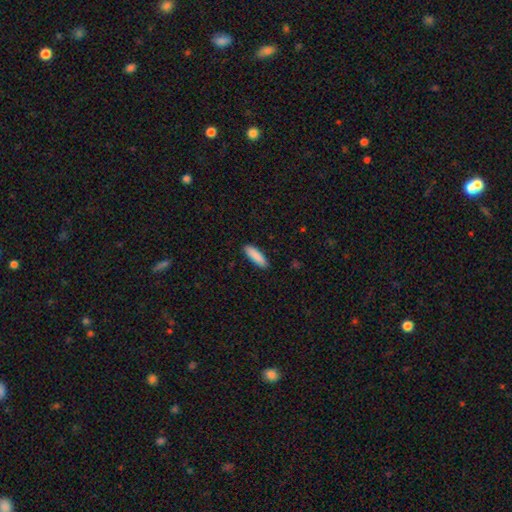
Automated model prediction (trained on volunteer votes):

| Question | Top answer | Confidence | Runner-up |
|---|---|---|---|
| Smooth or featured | smooth | 89% | star or artifact (6%) |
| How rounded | cigar-shaped | 58% | in between (40%) |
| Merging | none | 89% | minor disturbance (8%) |